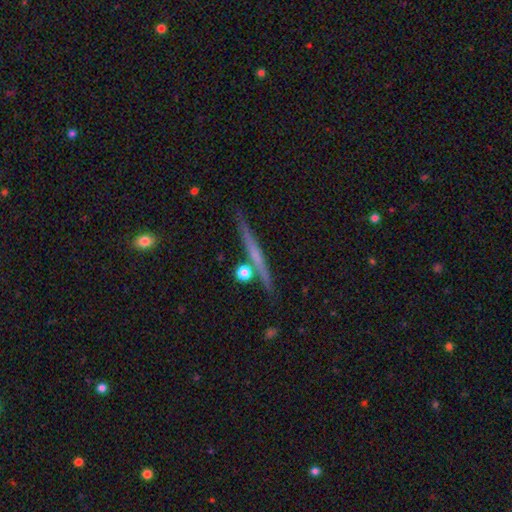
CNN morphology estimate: smooth_or_featured: featured or disk (p=0.59) [alt: smooth p=0.34]
disk_edge_on: yes (p=0.97) [alt: no p=0.03]
edge_on_bulge: none (p=0.74) [alt: rounded p=0.19]
merging: none (p=0.85) [alt: minor disturbance p=0.08]